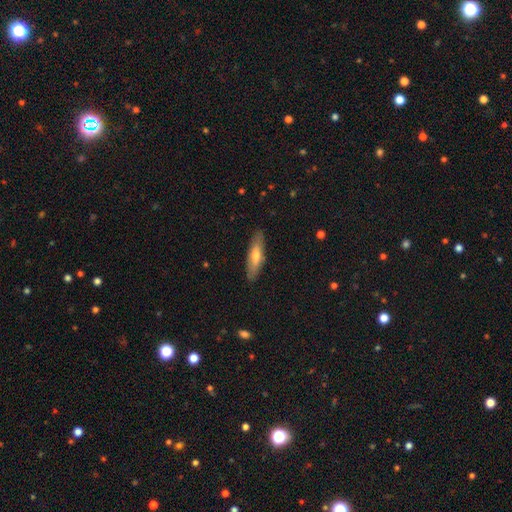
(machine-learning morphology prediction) The model was most divided on "smooth or featured": smooth: 59%, featured or disk: 35%, star or artifact: 6%. More confident: merging — none (87%); how rounded — cigar-shaped (68%).